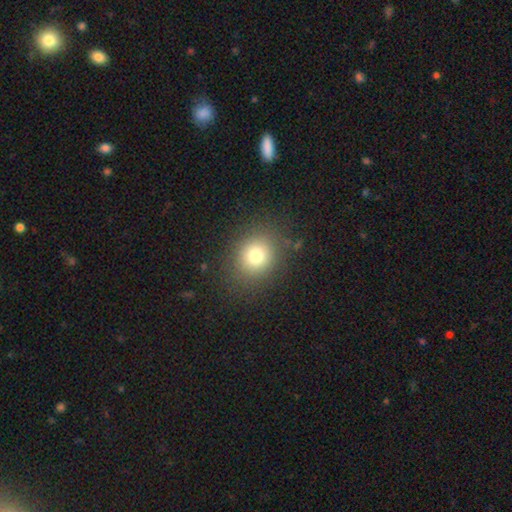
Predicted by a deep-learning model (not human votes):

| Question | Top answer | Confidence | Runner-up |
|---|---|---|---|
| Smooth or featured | smooth | 78% | star or artifact (13%) |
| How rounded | round | 72% | in between (27%) |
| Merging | none | 85% | minor disturbance (9%) |